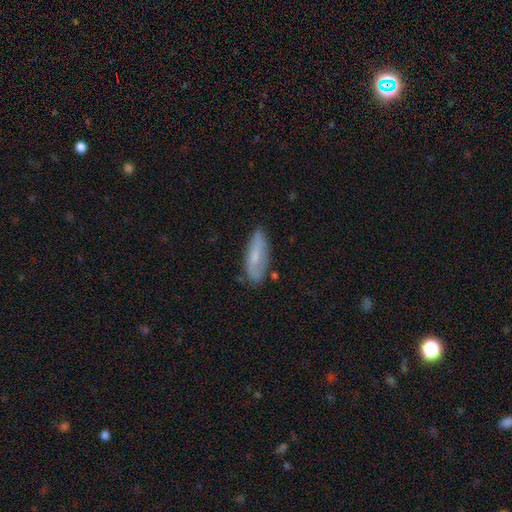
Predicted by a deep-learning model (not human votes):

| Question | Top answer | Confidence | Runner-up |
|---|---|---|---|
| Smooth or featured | smooth | 65% | featured or disk (28%) |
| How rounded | in between | 57% | cigar-shaped (41%) |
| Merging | none | 70% | minor disturbance (22%) |